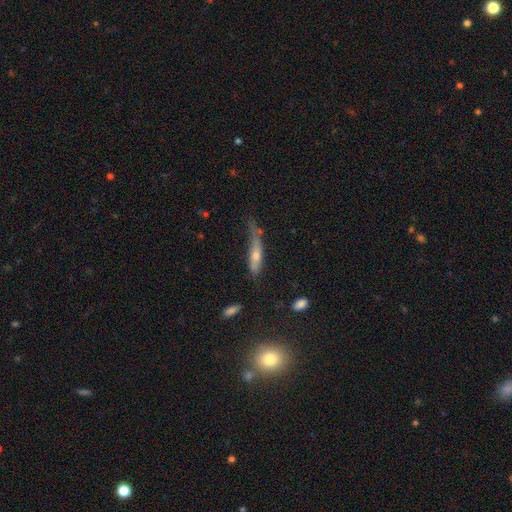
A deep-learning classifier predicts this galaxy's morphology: A featured or disk galaxy (50%). Merging: none (39%).